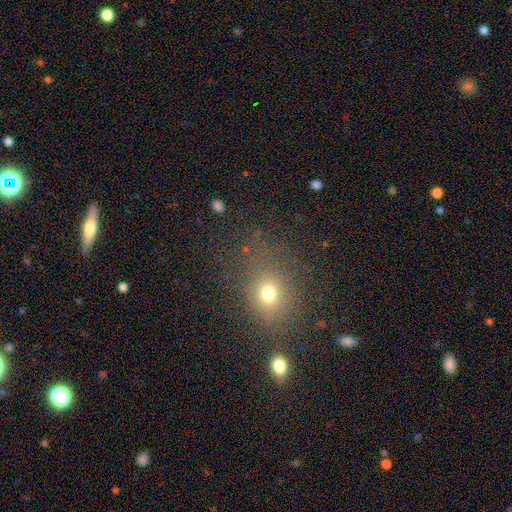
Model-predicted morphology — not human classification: Smooth or featured?
  - smooth: 60% *
  - star or artifact: 29%
  - featured or disk: 11%
How rounded?
  - round: 62% *
  - in between: 37%
  - cigar-shaped: 2%
Merging?
  - none: 77% *
  - minor disturbance: 13%
  - major disturbance: 5%
  - merger: 5%